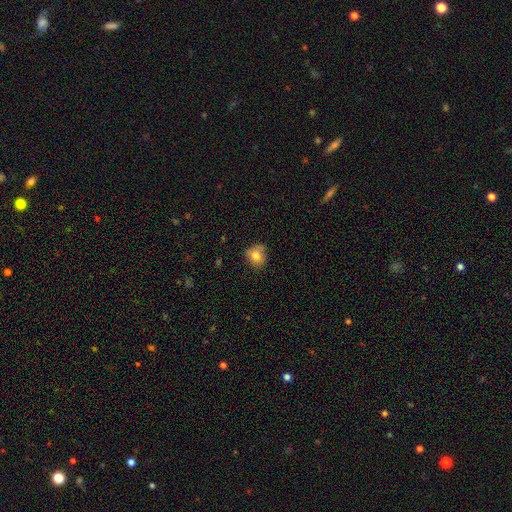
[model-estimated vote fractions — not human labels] smooth-or-featured: smooth: 80% | star or artifact: 10% | featured or disk: 10%
  how-rounded: round: 68% | in between: 31% | cigar-shaped: 1%
  merging: none: 66% | minor disturbance: 26% | major disturbance: 6% | merger: 2%